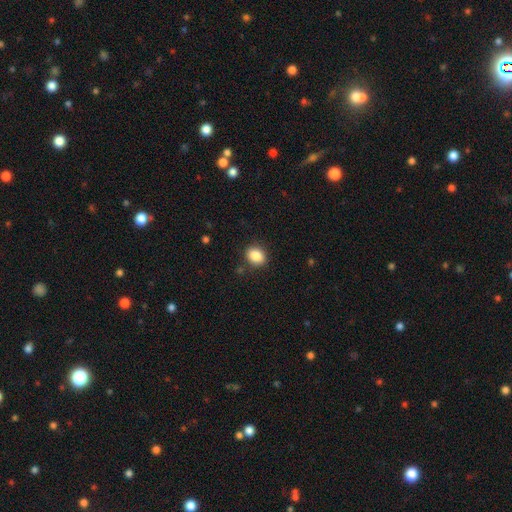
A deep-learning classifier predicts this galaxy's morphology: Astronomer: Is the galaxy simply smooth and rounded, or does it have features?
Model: smooth — 87%.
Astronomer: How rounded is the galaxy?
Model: round — 52% (runner-up: in between, 47%).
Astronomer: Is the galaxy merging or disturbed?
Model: none — 86%.